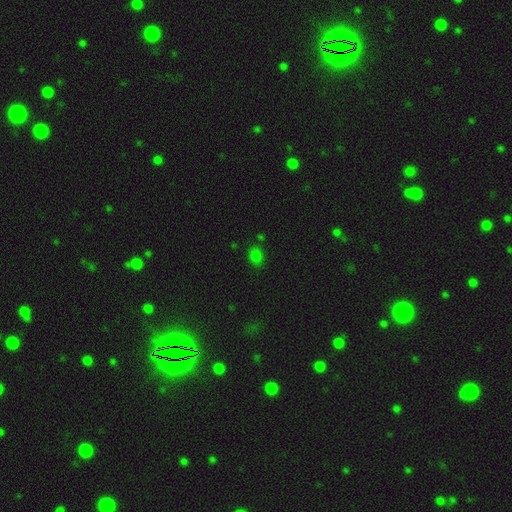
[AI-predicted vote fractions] A smooth galaxy with no disk features (75%) that is round (54%). Merging: none (80%).